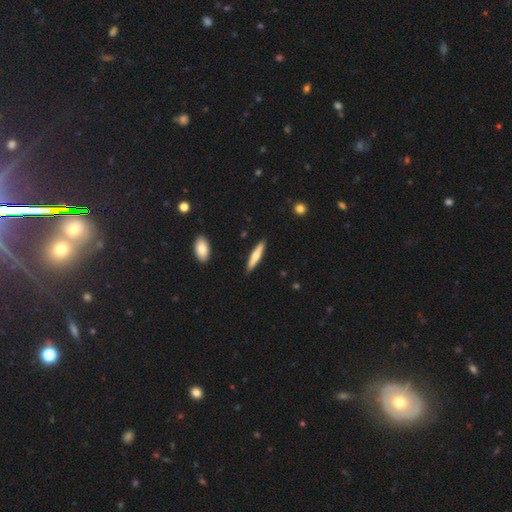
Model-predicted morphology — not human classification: smooth 56%, featured or disk 39%, star or artifact 5%. Down the decision tree: how rounded — cigar-shaped (88%); merging — none (90%).